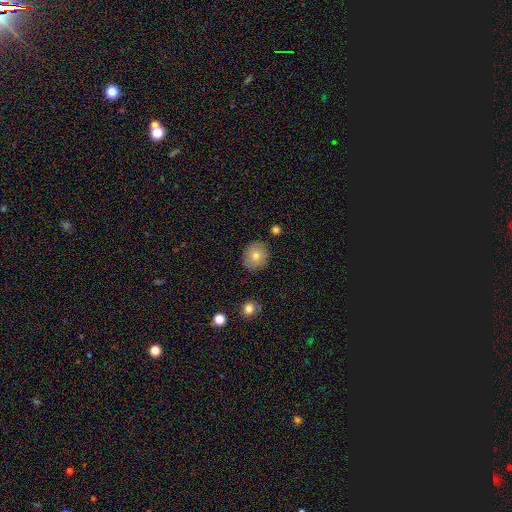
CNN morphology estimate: Smooth or featured? Predicted: smooth (p=0.75). How rounded? Predicted: round (p=0.83). Merging? Predicted: none (p=0.85).